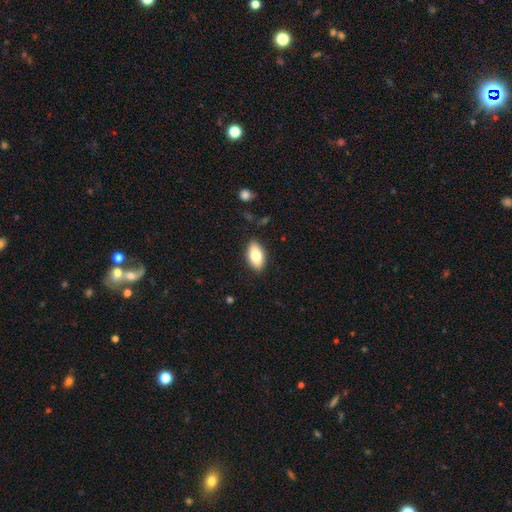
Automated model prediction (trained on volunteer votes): smooth_or_featured: smooth (p=0.77) [alt: featured or disk p=0.16]
how_rounded: in between (p=0.92) [alt: cigar-shaped p=0.04]
merging: none (p=0.87) [alt: minor disturbance p=0.10]